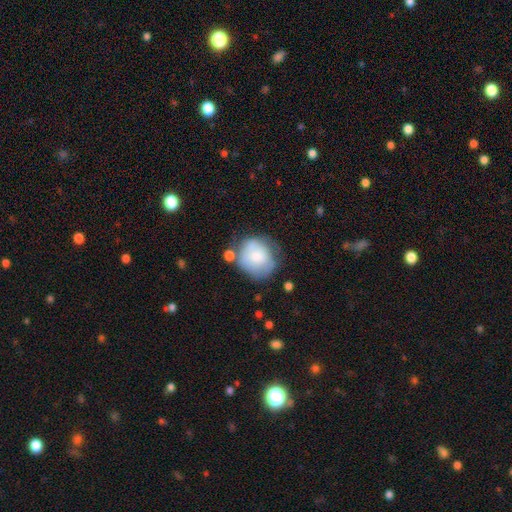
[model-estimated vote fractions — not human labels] A smooth galaxy with no disk features (69%) that is round (81%).

Vote fractions:
- Smooth or featured? smooth: 69% / featured or disk: 24% / star or artifact: 7%
- How rounded? round: 81% / in between: 19% / cigar-shaped: 1%
- Merging? none: 46% / minor disturbance: 29% / major disturbance: 15% / merger: 11%